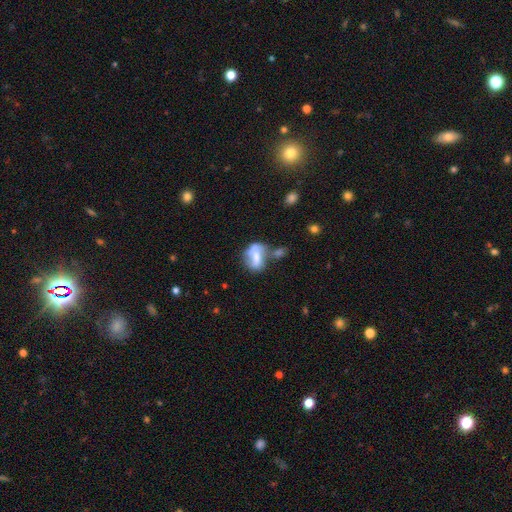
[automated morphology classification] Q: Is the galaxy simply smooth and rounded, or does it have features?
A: featured or disk — 51%.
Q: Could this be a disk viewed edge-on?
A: no — 94%.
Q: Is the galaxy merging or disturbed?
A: none — 34%.